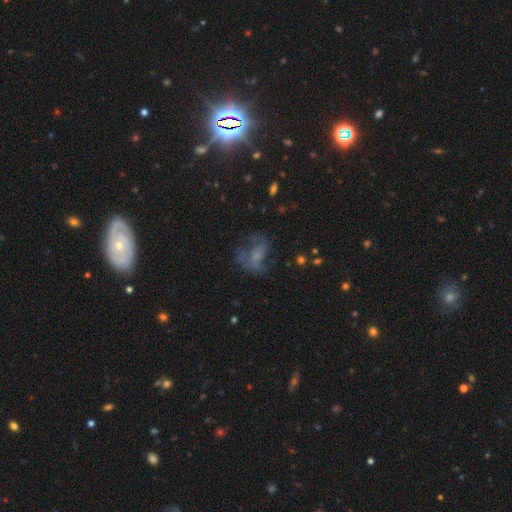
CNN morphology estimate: Smooth or featured?
  - featured or disk: 47% *
  - smooth: 34%
  - star or artifact: 19%
Merging?
  - major disturbance: 38% * (tied)
  - none: 38% * (tied)
  - minor disturbance: 20%
  - merger: 4%